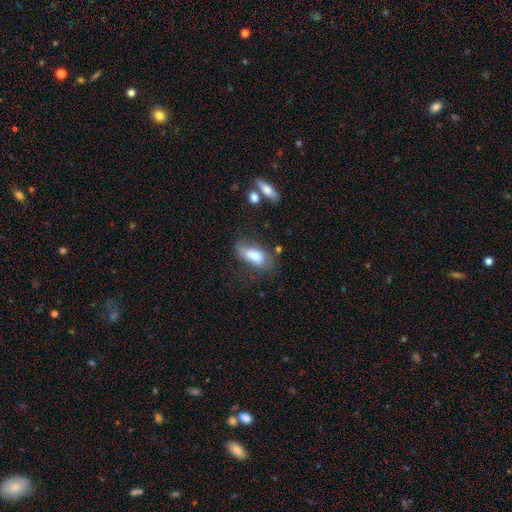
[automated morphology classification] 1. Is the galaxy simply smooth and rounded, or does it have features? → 71% smooth, 21% featured or disk, 8% star or artifact.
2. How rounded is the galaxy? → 85% in between, 11% cigar-shaped, 4% round.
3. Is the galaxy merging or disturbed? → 46% none, 31% minor disturbance, 16% major disturbance, 7% merger.